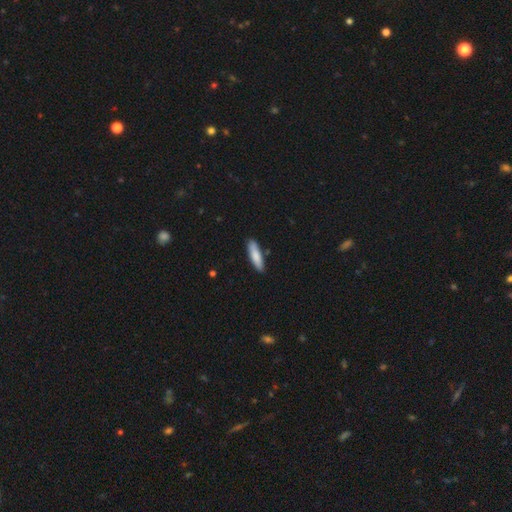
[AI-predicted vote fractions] Smooth or featured? Predicted: smooth (p=0.82). How rounded? Predicted: cigar-shaped (p=0.67). Merging? Predicted: none (p=0.84).